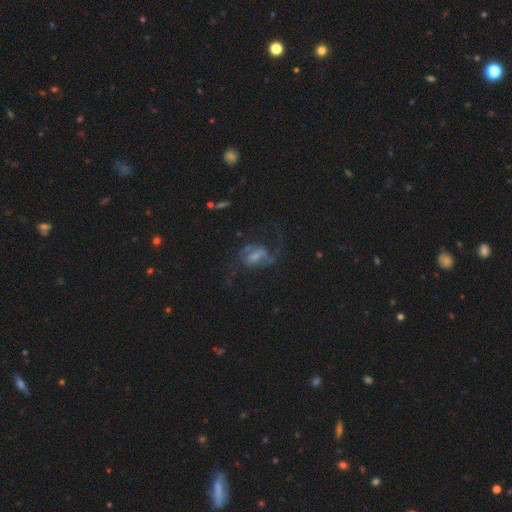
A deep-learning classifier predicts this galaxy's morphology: Smooth or featured?
  - featured or disk: 70% *
  - smooth: 19%
  - star or artifact: 11%
Edge-on disk?
  - no: 96% *
  - yes: 4%
Bar?
  - weak: 46% *
  - strong: 29%
  - no: 24%
Spiral arms?
  - yes: 84% *
  - no: 16%
Spiral winding?
  - loose: 50% *
  - medium: 39%
  - tight: 10%
Spiral arm count?
  - 2: 71% *
  - 1: 15%
  - can't tell: 8%
  - 3: 2%
  - 4: 1%
  - more than 4: 1%
Bulge size?
  - small: 33% *
  - moderate: 29%
  - none: 24%
  - large: 11%
  - dominant: 2%
Merging?
  - none: 42% *
  - major disturbance: 38%
  - minor disturbance: 16%
  - merger: 4%